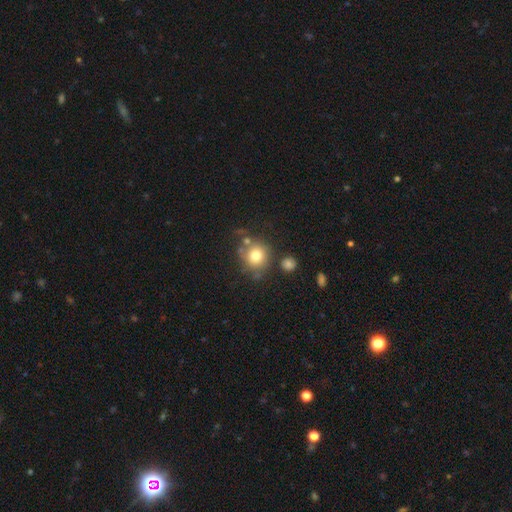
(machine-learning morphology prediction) The model was most divided on "merging": none: 66%, minor disturbance: 15%, merger: 13%, major disturbance: 6%. More confident: how rounded — round (87%); smooth or featured — smooth (75%).